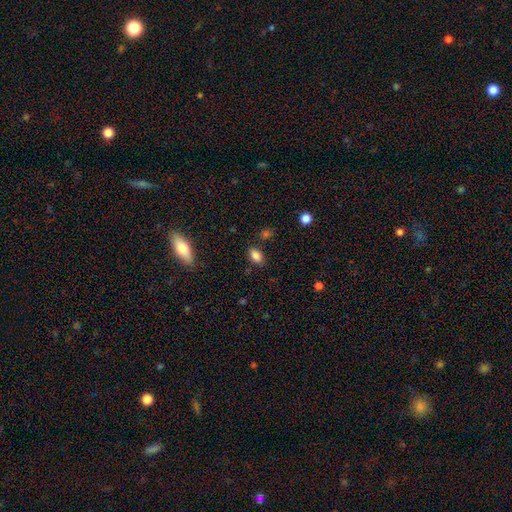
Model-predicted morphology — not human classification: Smooth or featured: smooth — 84% (star or artifact — 10%)
How rounded: in between — 87% (round — 11%)
Merging: none — 82% (minor disturbance — 12%)